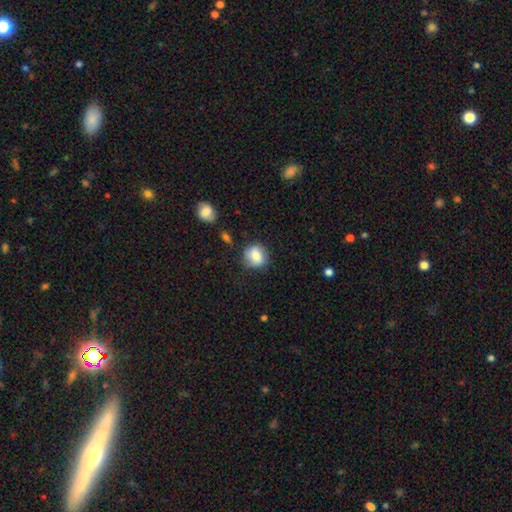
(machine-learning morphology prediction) This appears to be a smooth galaxy with no disk features (81%) that is round (79%). Merging: none (76%).